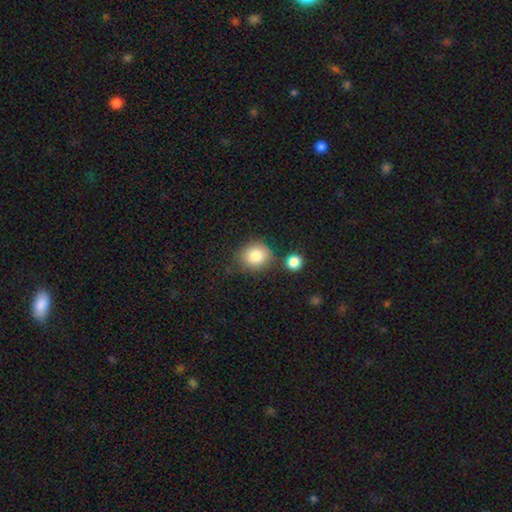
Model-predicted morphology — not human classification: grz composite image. It shows a smooth galaxy with no disk features (83%) that is round (76%). Merging: none (72%).